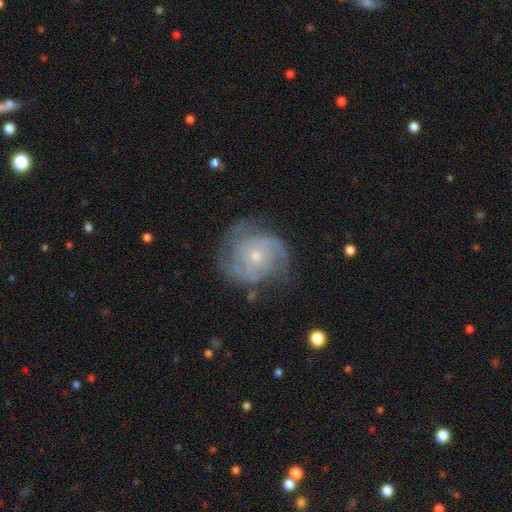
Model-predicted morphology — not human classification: Q: Smooth or featured?
A: featured or disk (79%); runner-up: smooth (15%)
Q: Edge-on disk?
A: no (98%); runner-up: yes (2%)
Q: Bar?
A: no (79%); runner-up: weak (18%)
Q: Spiral arms?
A: yes (91%); runner-up: no (9%)
Q: Spiral winding?
A: tight (56%); runner-up: medium (34%)
Q: Spiral arm count?
A: 2 (37%); runner-up: can't tell (29%)
Q: Bulge size?
A: small (67%); runner-up: moderate (29%)
Q: Merging?
A: none (65%); runner-up: minor disturbance (22%)